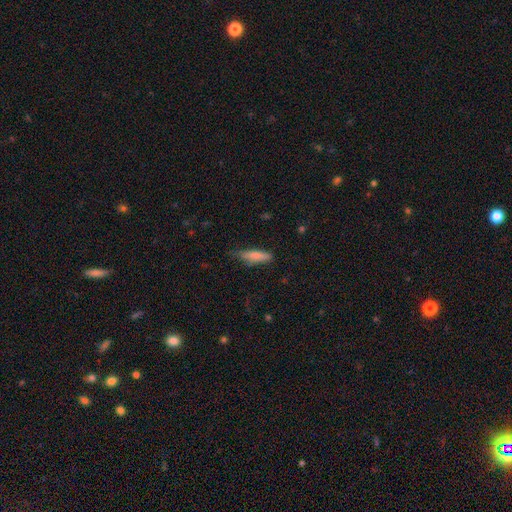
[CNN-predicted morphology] A smooth galaxy with no disk features (79%) that is cigar-shaped (71%). Merging: none (64%).